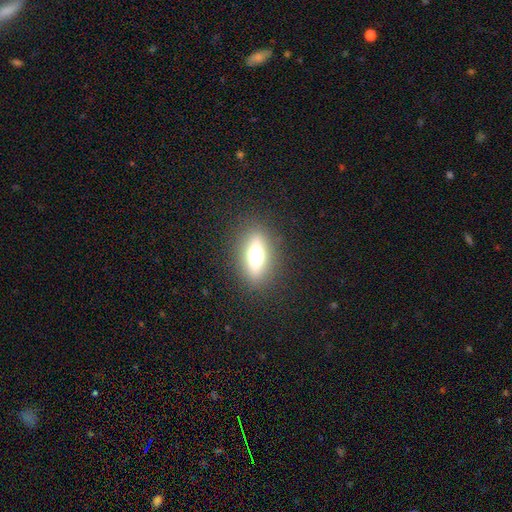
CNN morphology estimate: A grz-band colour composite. It shows a smooth galaxy with no disk features (48%). Merging: none (86%).